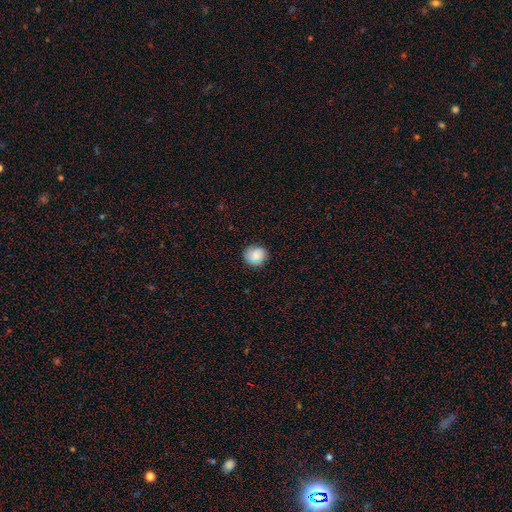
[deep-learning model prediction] Overall: smooth (76%). How rounded: round (81%). Merging: none (85%).